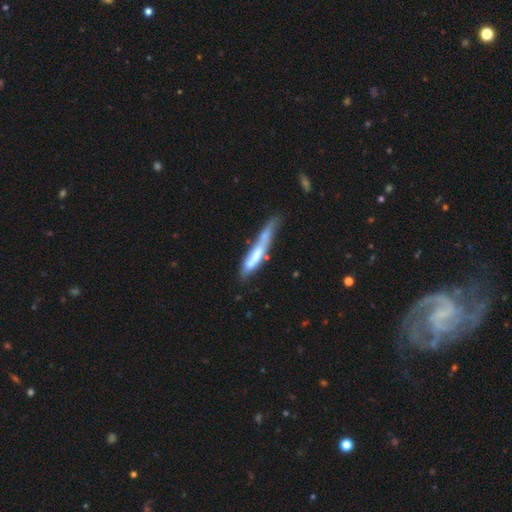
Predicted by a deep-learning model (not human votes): This appears to be a featured or disk galaxy (46%, tied with smooth). Merging: none (46%).